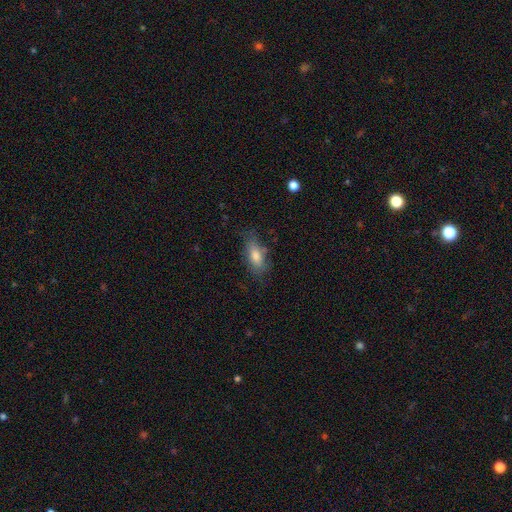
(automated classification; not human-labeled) Smooth or featured? Predicted: smooth (p=0.75). How rounded? Predicted: in between (p=0.76). Merging? Predicted: none (p=0.69).